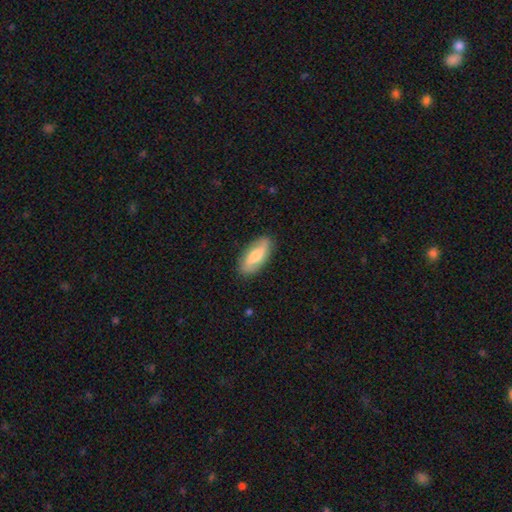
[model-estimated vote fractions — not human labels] Smooth or featured? smooth (48%)
Merging? none (85%)